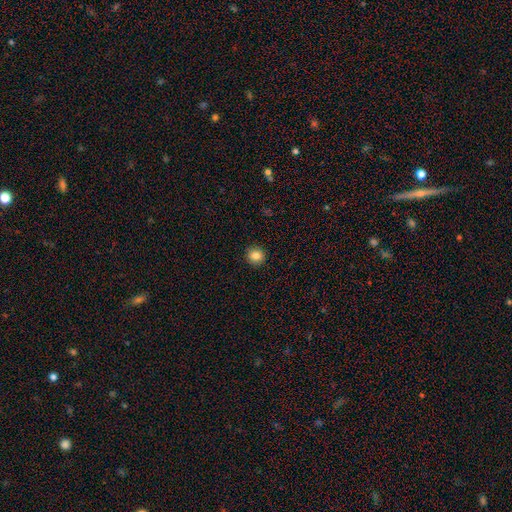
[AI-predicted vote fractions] smooth 84%, star or artifact 10%, featured or disk 6%. Down the decision tree: how rounded — round (91%); merging — none (92%).